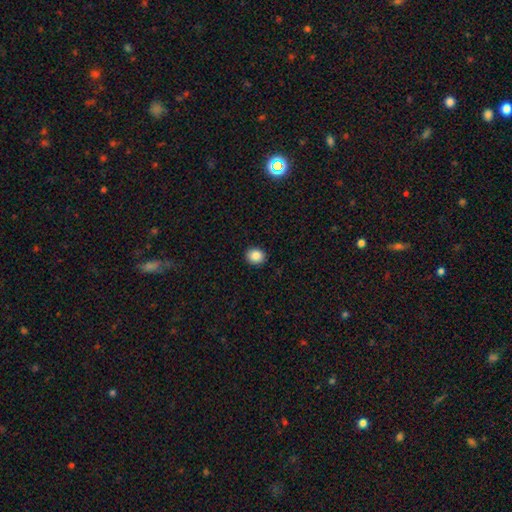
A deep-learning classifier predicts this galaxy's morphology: The model was most divided on "how rounded": round: 78%, in between: 21%, cigar-shaped: 1%. More confident: merging — none (91%); smooth or featured — smooth (87%).